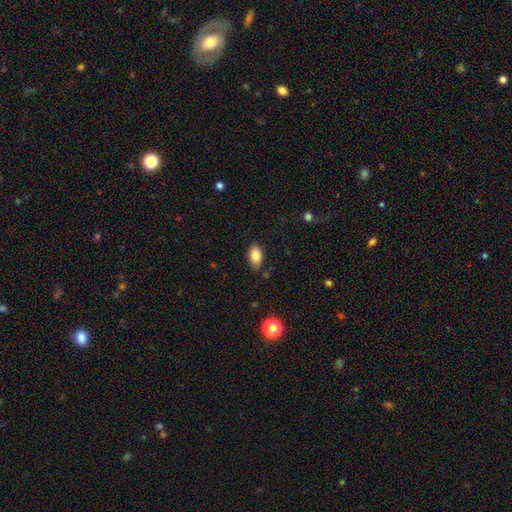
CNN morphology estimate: Smooth or featured?
  - smooth: 82% *
  - featured or disk: 10%
  - star or artifact: 8%
How rounded?
  - in between: 90% *
  - round: 8%
  - cigar-shaped: 2%
Merging?
  - none: 83% *
  - minor disturbance: 13%
  - major disturbance: 2%
  - merger: 2%